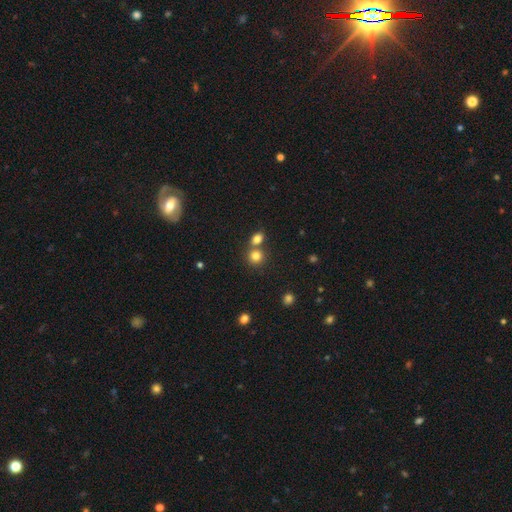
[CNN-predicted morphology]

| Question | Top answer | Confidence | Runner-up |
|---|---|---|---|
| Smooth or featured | smooth | 80% | star or artifact (13%) |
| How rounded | round | 83% | in between (16%) |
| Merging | none | 54% | merger (37%) |